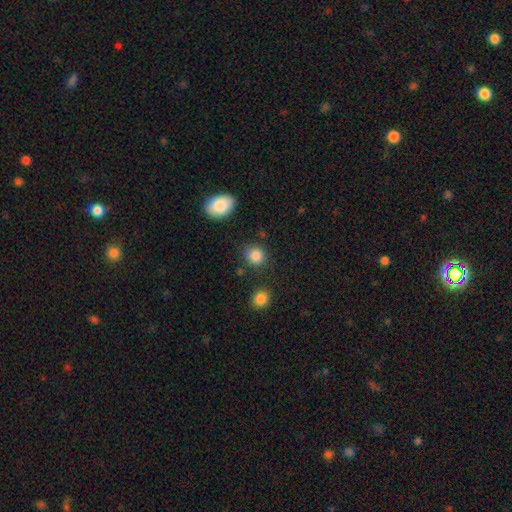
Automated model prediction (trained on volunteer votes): This appears to be a smooth galaxy with no disk features (86%) that is round (82%). Merging: none (82%).